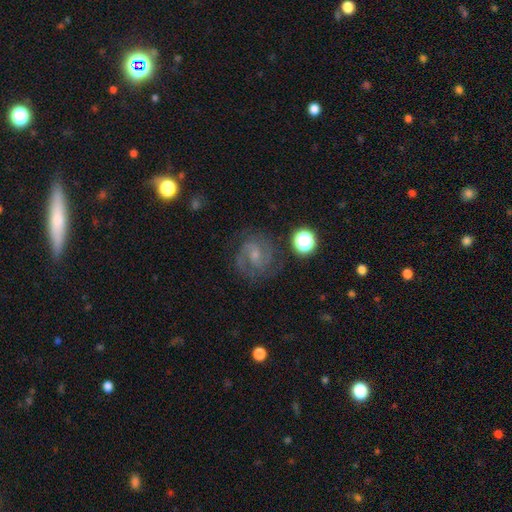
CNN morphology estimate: This appears to be a featured or disk galaxy (80%) with a weak bar (48%), 2 (69%) medium (48%) spiral arms (96%) and a small central bulge (64%). Merging: none (76%).